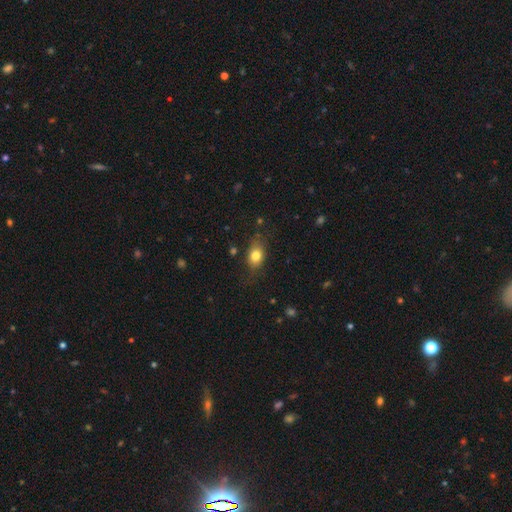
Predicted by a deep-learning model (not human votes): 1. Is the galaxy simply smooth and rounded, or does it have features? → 80% smooth, 11% featured or disk, 9% star or artifact.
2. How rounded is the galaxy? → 73% in between, 25% round, 2% cigar-shaped.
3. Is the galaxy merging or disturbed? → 73% none, 19% minor disturbance, 6% major disturbance, 2% merger.